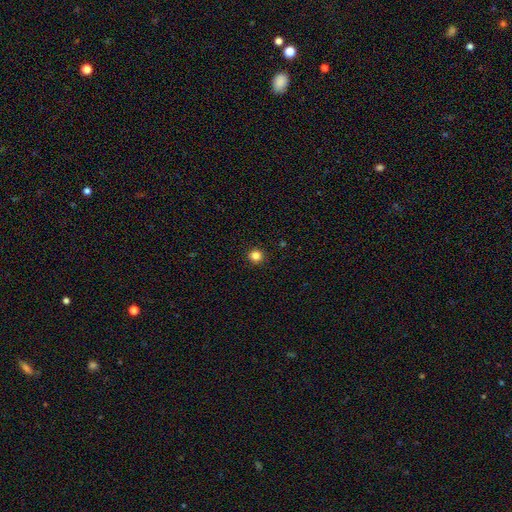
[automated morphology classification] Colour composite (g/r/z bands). It shows a smooth galaxy with no disk features (85%) that is round (93%). Merging: none (93%).